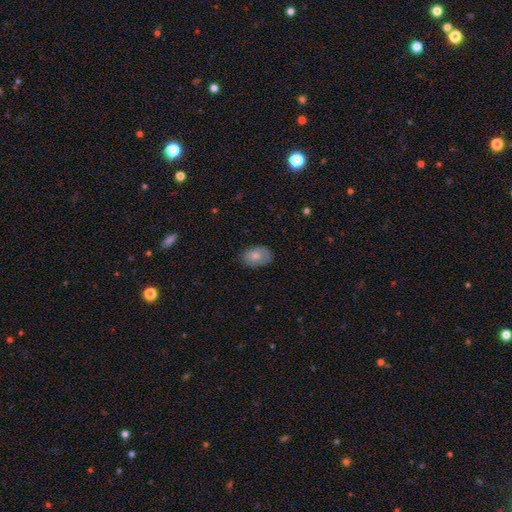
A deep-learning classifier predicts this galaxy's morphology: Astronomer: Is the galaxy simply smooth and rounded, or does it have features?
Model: smooth — 77%.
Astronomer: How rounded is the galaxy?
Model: in between — 85%.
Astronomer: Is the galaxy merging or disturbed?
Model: none — 73%.